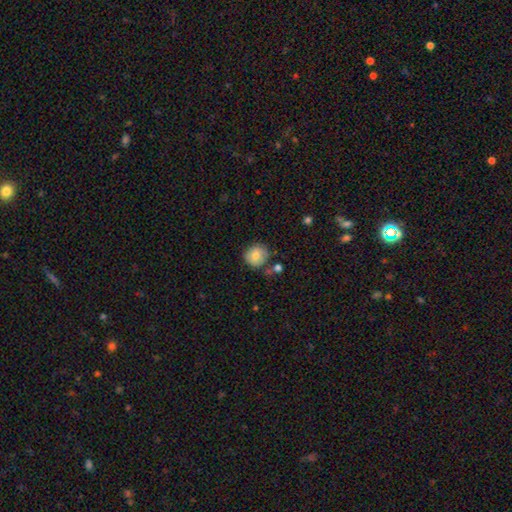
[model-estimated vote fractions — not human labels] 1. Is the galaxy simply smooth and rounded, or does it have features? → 78% smooth, 14% featured or disk, 8% star or artifact.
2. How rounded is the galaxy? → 88% round, 11% in between, 1% cigar-shaped.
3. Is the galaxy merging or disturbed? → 69% none, 18% minor disturbance, 8% merger, 5% major disturbance.